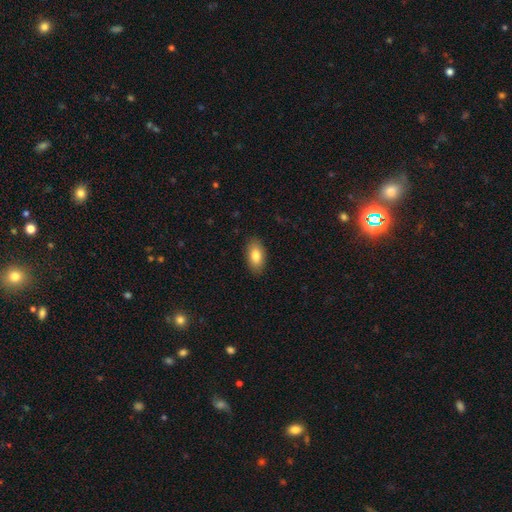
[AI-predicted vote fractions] smooth-or-featured: smooth: 84% | featured or disk: 10% | star or artifact: 7%
  how-rounded: in between: 93% | round: 4% | cigar-shaped: 3%
  merging: none: 88% | minor disturbance: 9% | major disturbance: 2% | merger: 1%